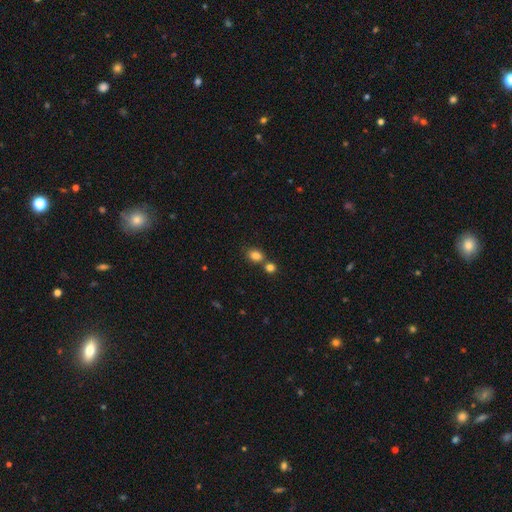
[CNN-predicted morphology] smooth-or-featured: smooth: 83% | star or artifact: 11% | featured or disk: 6%
  how-rounded: in between: 58% | round: 40% | cigar-shaped: 1%
  merging: none: 56% | merger: 30% | minor disturbance: 10% | major disturbance: 3%